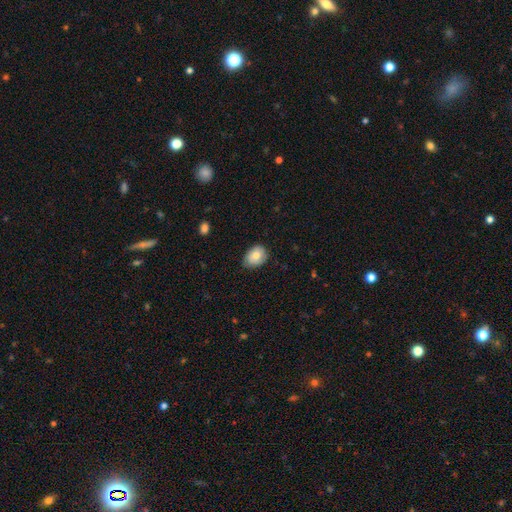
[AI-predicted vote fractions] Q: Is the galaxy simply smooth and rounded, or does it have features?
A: smooth — 77%.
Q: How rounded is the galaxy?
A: in between — 65%.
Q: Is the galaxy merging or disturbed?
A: none — 69%.